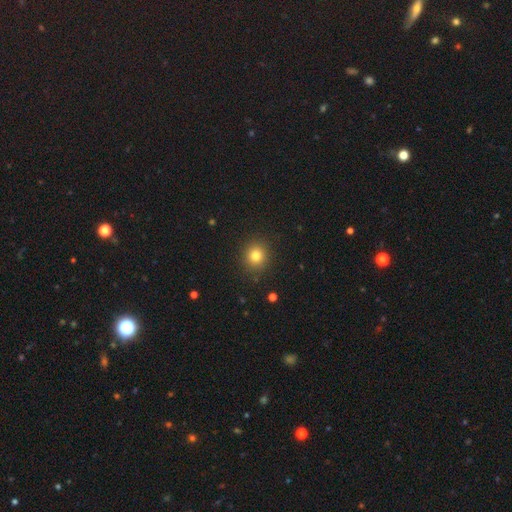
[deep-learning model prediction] A smooth galaxy with no disk features (80%) that is round (87%). Merging: none (89%).